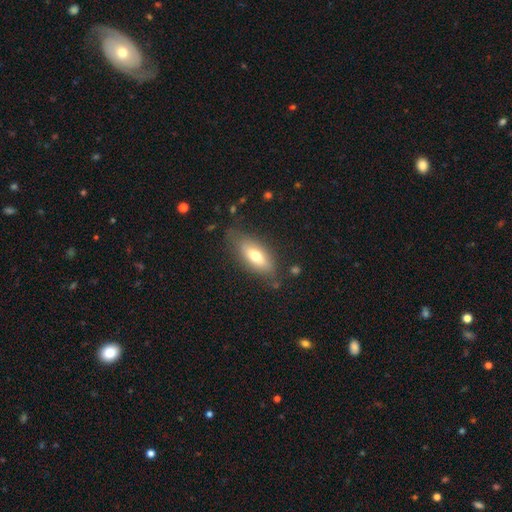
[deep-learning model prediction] Overall: smooth (65%; featured or disk 28%). How rounded: in between (76%). Merging: none (74%).